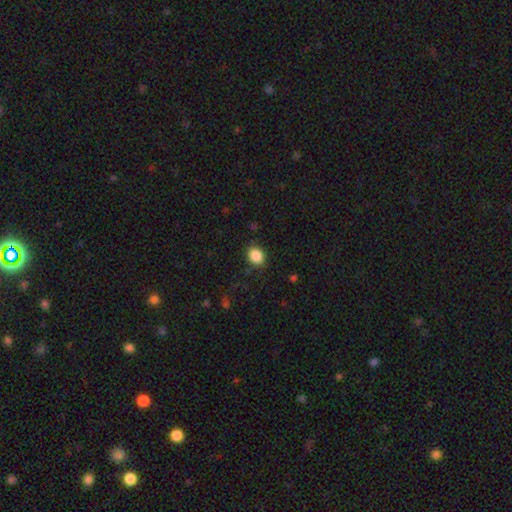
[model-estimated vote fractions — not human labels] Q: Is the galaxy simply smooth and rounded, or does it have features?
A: smooth — 88%.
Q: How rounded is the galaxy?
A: in between — 55%.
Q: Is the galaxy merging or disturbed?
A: none — 84%.